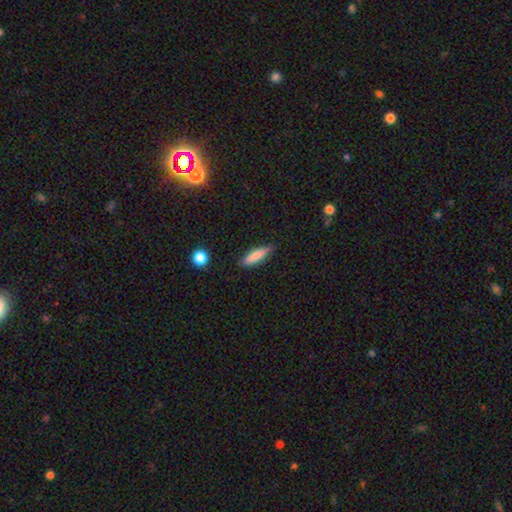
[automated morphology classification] Q: Smooth or featured?
A: smooth (78%); runner-up: featured or disk (16%)
Q: How rounded?
A: cigar-shaped (71%); runner-up: in between (27%)
Q: Merging?
A: none (82%); runner-up: minor disturbance (14%)